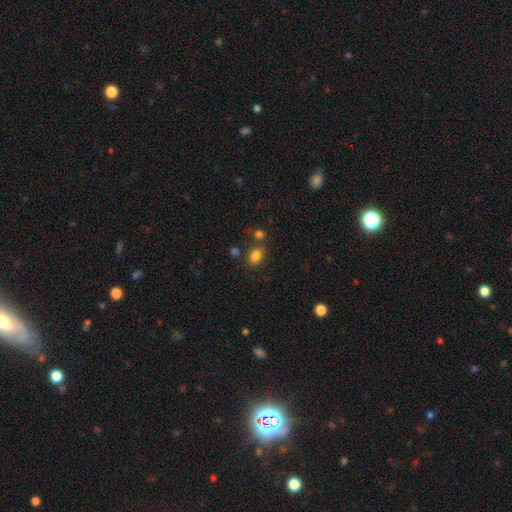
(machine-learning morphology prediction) smooth_or_featured: smooth (p=0.82) [alt: star or artifact p=0.12]
how_rounded: in between (p=0.51) [alt: round p=0.48]
merging: none (p=0.72) [alt: minor disturbance p=0.12]